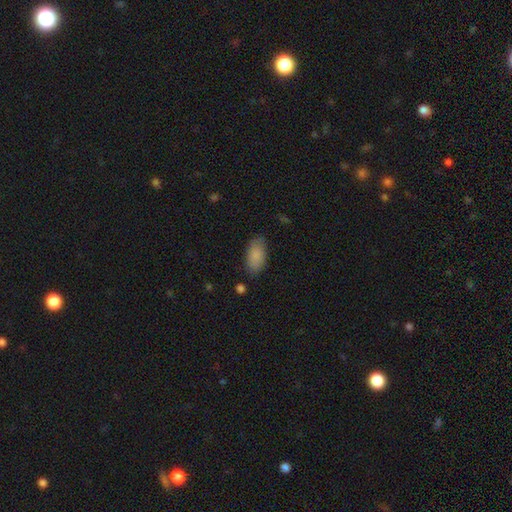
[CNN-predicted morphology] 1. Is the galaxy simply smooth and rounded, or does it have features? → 87% smooth, 7% star or artifact, 6% featured or disk.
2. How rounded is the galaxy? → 93% in between, 4% cigar-shaped, 3% round.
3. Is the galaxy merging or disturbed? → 82% none, 13% minor disturbance, 3% major disturbance, 2% merger.